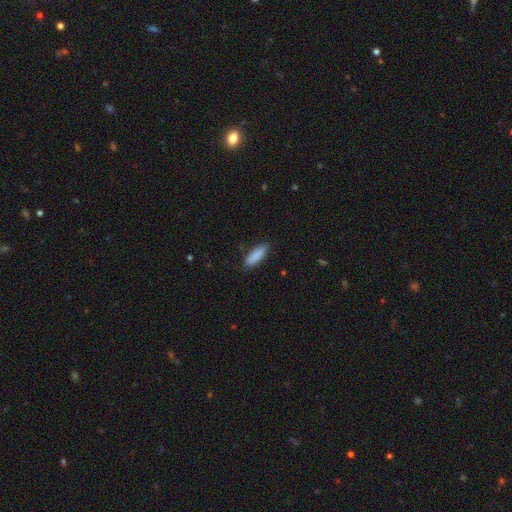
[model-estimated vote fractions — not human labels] smooth-or-featured: smooth: 89% | star or artifact: 6% | featured or disk: 5%
  how-rounded: cigar-shaped: 52% | in between: 46% | round: 1%
  merging: none: 87% | minor disturbance: 10% | major disturbance: 2% | merger: 1%